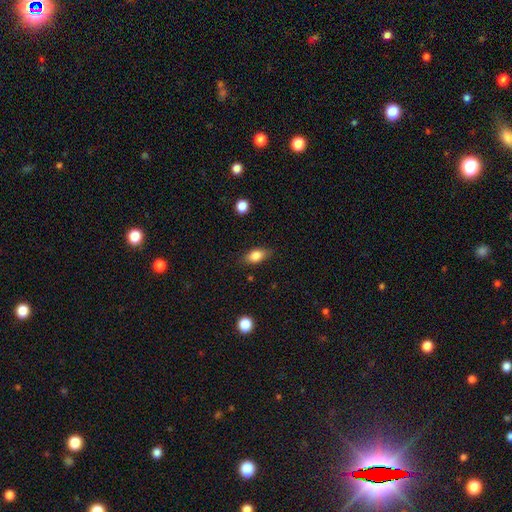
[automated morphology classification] A smooth galaxy with no disk features (81%) that is in between round and cigar-shaped (84%).

Vote fractions:
- Smooth or featured? smooth: 81% / featured or disk: 11% / star or artifact: 8%
- How rounded? in between: 84% / round: 9% / cigar-shaped: 7%
- Merging? none: 81% / minor disturbance: 14% / major disturbance: 3% / merger: 1%